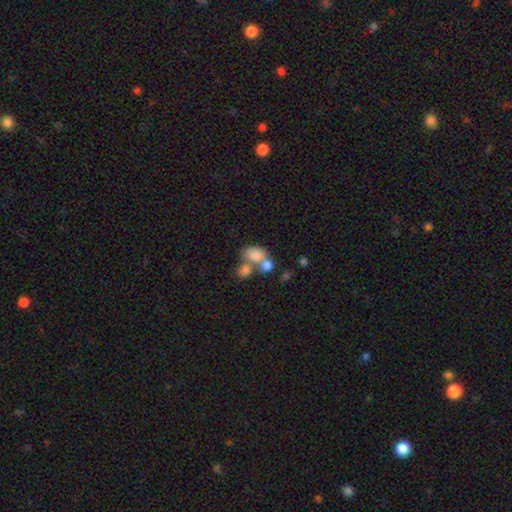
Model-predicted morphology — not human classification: The model was most divided on "merging": merger: 54%, none: 30%, minor disturbance: 10%, major disturbance: 6%. More confident: smooth or featured — smooth (76%); how rounded — in between (69%).